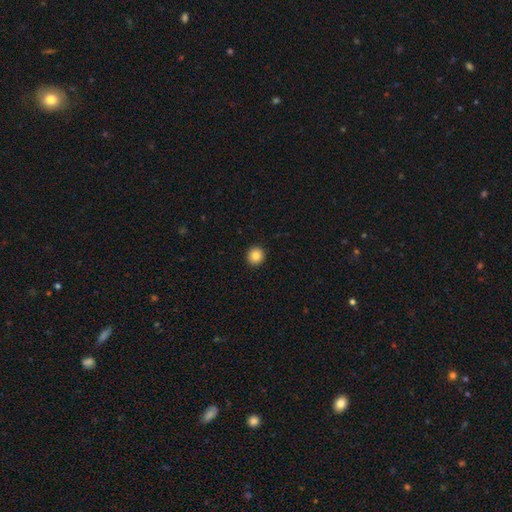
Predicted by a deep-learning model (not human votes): smooth 84%, star or artifact 10%, featured or disk 6%. Down the decision tree: how rounded — round (94%); merging — none (94%).